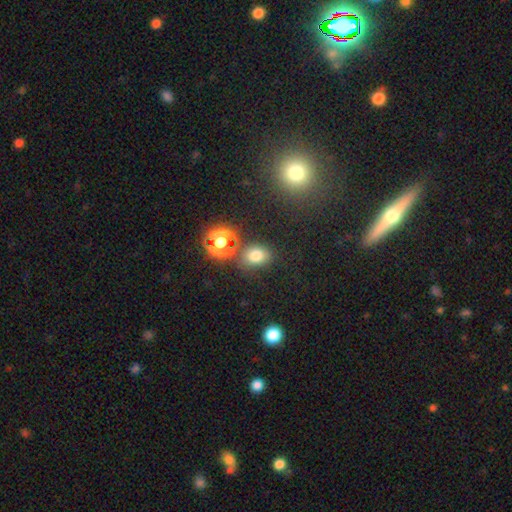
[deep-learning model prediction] Smooth or featured? Predicted: smooth (p=0.75). How rounded? Predicted: in between (p=0.56). Merging? Predicted: none (p=0.71).